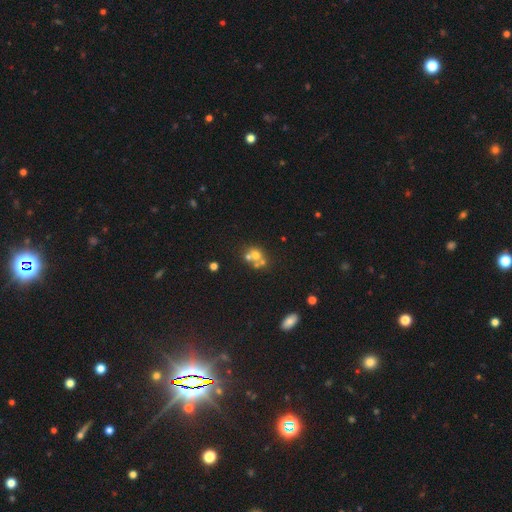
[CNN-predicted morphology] Smooth or featured? smooth (53%)
How rounded? round (70%)
Merging? merger (47%)